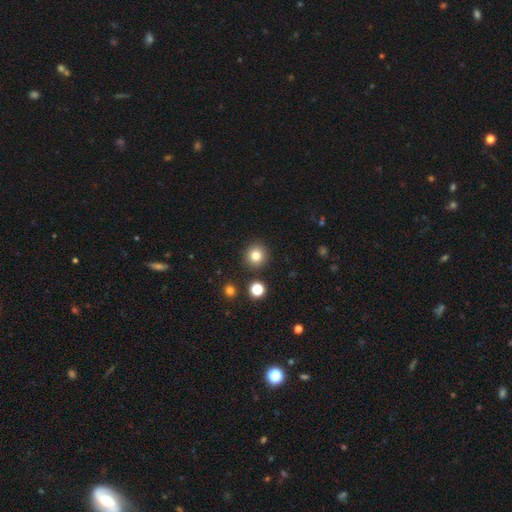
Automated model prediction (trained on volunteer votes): smooth_or_featured: smooth (p=0.80) [alt: star or artifact p=0.12]
how_rounded: round (p=0.94) [alt: in between p=0.05]
merging: none (p=0.90) [alt: minor disturbance p=0.05]